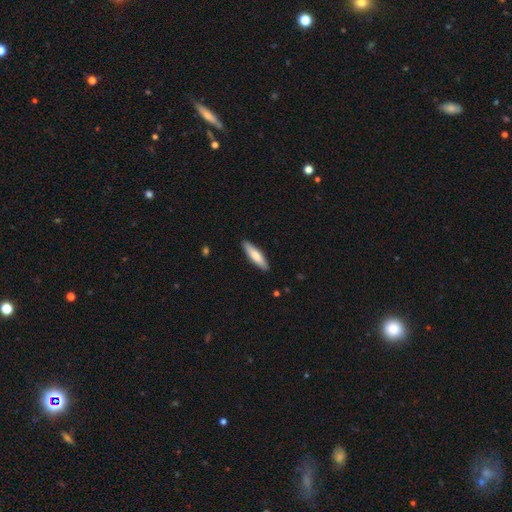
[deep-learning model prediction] This is likely a smooth galaxy (73%). How rounded: likely cigar-shaped (72%). Merging: clearly none (90%).